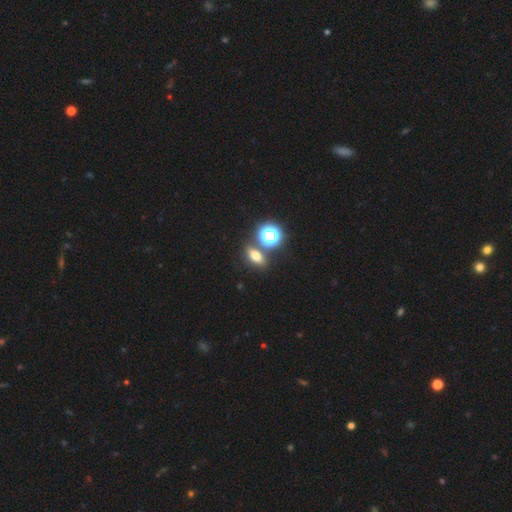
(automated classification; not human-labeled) This appears to be a smooth galaxy with no disk features (62%) that is in between round and cigar-shaped (63%). Merging: none (75%).